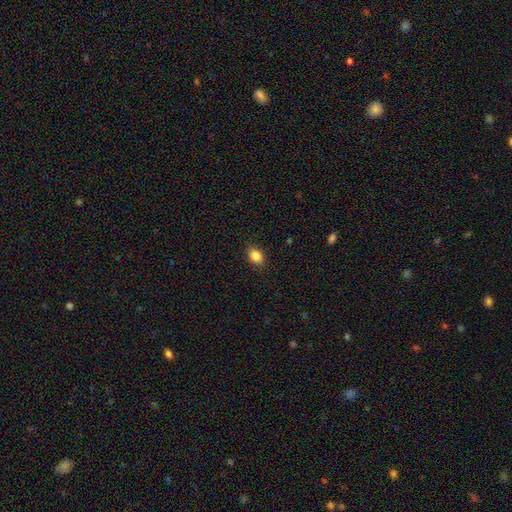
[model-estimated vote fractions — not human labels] Q: Smooth or featured?
A: smooth (86%); runner-up: star or artifact (9%)
Q: How rounded?
A: in between (70%); runner-up: round (28%)
Q: Merging?
A: none (89%); runner-up: minor disturbance (8%)